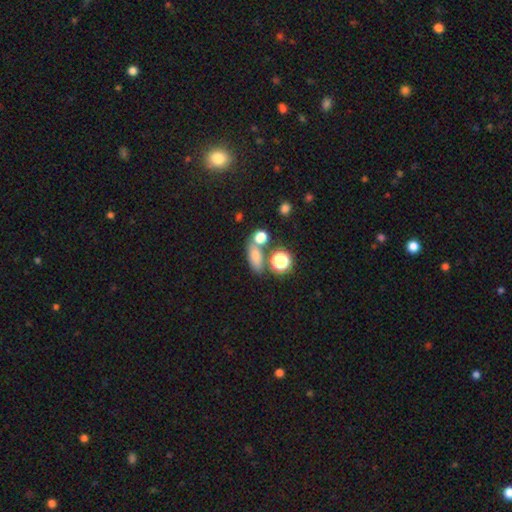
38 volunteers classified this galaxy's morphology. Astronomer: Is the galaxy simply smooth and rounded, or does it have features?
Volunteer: smooth — 79%.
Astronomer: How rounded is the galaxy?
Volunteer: in between — 87%.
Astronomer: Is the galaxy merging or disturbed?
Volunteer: none — 47% (runner-up: merger, 33%).